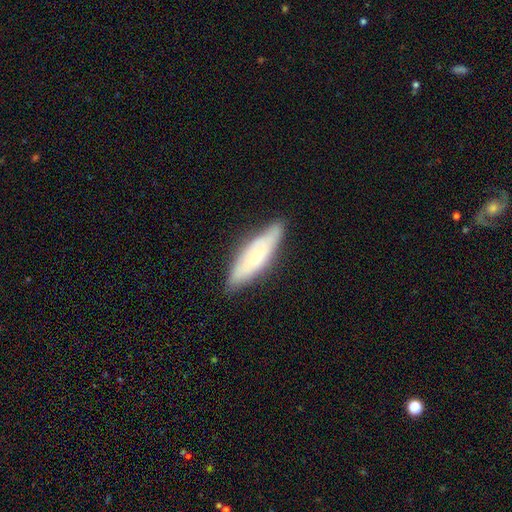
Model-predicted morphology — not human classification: Q: Smooth or featured?
A: smooth (51%); runner-up: featured or disk (40%)
Q: How rounded?
A: cigar-shaped (61%); runner-up: in between (37%)
Q: Merging?
A: none (85%); runner-up: minor disturbance (12%)